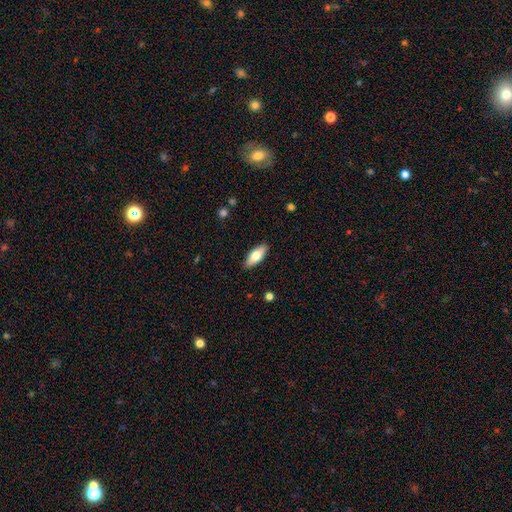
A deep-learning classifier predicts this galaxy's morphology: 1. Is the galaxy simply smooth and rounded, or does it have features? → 73% smooth, 21% featured or disk, 6% star or artifact.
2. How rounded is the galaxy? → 78% in between, 20% cigar-shaped, 2% round.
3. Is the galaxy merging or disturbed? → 88% none, 9% minor disturbance, 2% major disturbance, 1% merger.